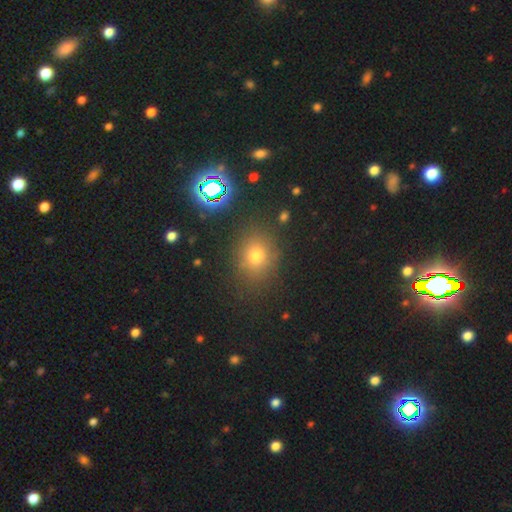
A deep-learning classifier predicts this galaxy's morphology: A smooth galaxy with no disk features (67%) that is round (64%). Merging: none (84%).